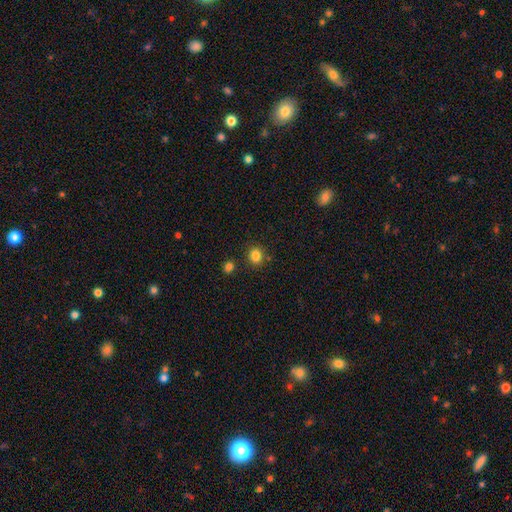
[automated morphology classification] A smooth galaxy with no disk features (84%) that is round (78%).

Vote fractions:
- Smooth or featured? smooth: 84% / star or artifact: 12% / featured or disk: 4%
- How rounded? round: 78% / in between: 21% / cigar-shaped: 1%
- Merging? none: 84% / minor disturbance: 8% / merger: 5% / major disturbance: 3%